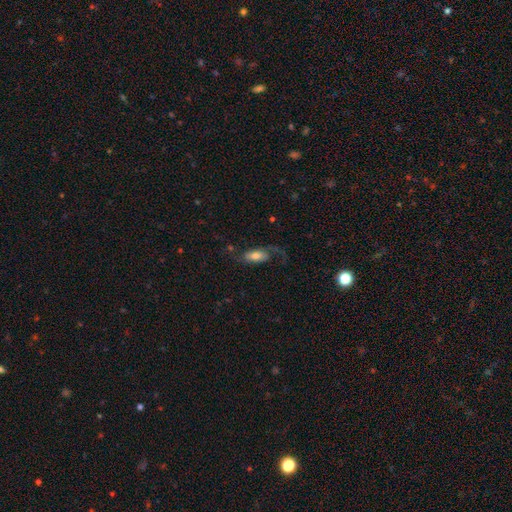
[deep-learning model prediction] Overall: featured or disk (50%; smooth 42%). Merging: none (52%; major disturbance 26%).